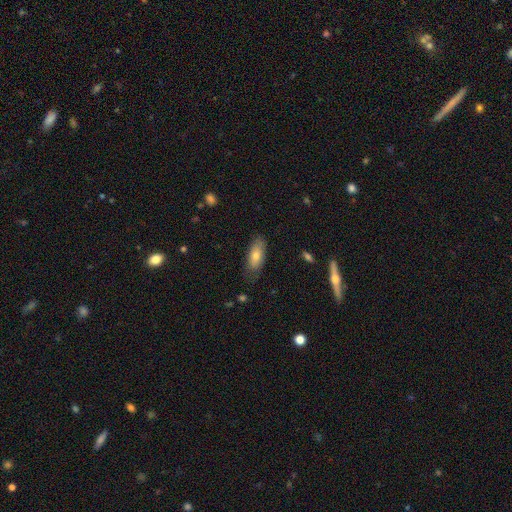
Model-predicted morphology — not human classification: smooth_or_featured: smooth (p=0.70) [alt: featured or disk p=0.22]
how_rounded: in between (p=0.74) [alt: cigar-shaped p=0.23]
merging: none (p=0.77) [alt: minor disturbance p=0.18]